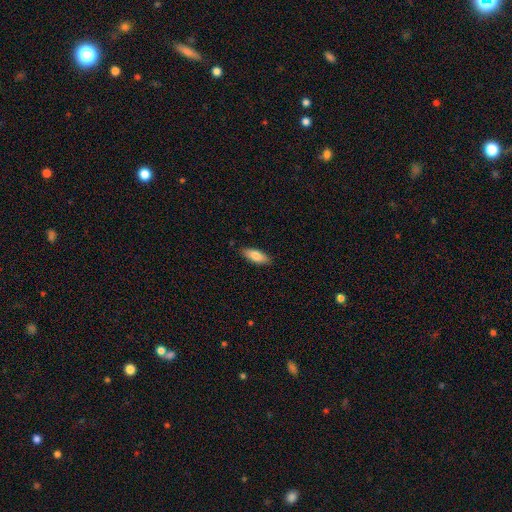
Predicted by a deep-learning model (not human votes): smooth 80%, featured or disk 14%, star or artifact 6%. Down the decision tree: how rounded — in between (74%); merging — none (87%).